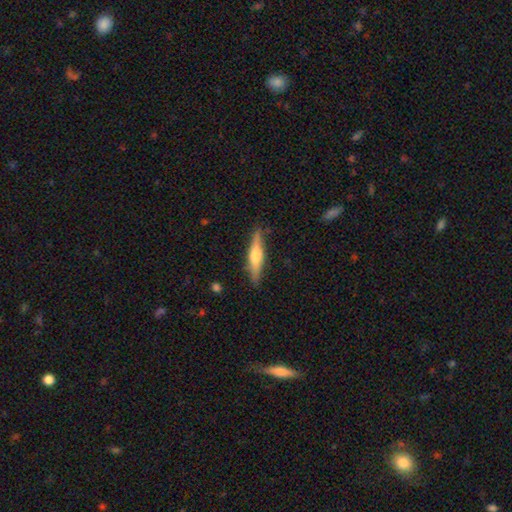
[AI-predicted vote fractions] Smooth or featured? featured or disk (54%)
Edge-on disk? yes (94%)
Edge-on bulge? rounded (88%)
Merging? none (86%)